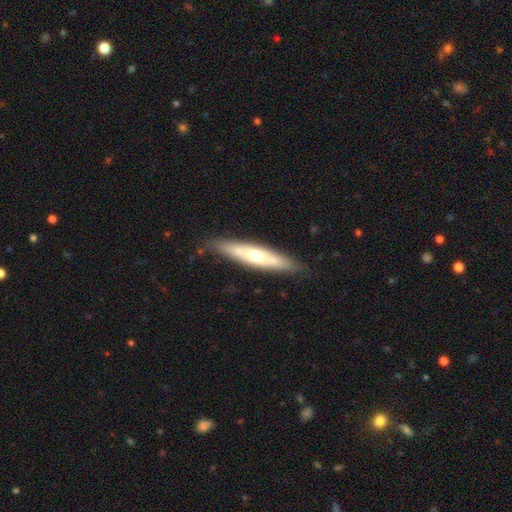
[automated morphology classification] smooth_or_featured: featured or disk (p=0.52) [alt: smooth p=0.42]
disk_edge_on: yes (p=0.75) [alt: no p=0.25]
merging: none (p=0.82) [alt: minor disturbance p=0.14]